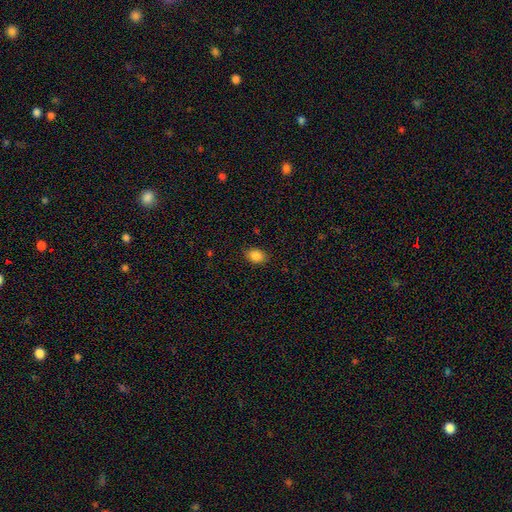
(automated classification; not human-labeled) Smooth or featured? smooth (86%)
How rounded? in between (72%)
Merging? none (83%)